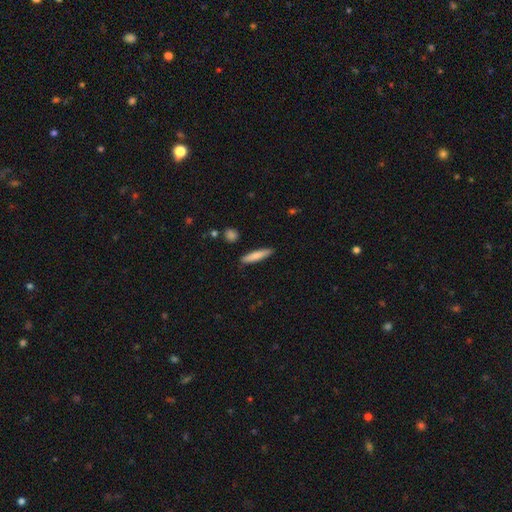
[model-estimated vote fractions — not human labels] This appears to be a smooth galaxy with no disk features (78%) that is cigar-shaped (88%). Merging: none (89%).